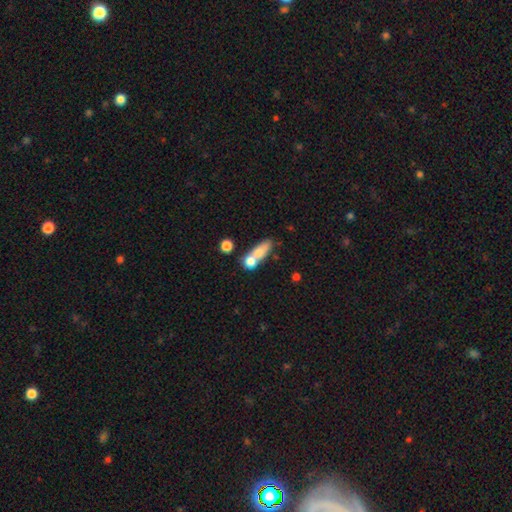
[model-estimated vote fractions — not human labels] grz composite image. It shows a smooth galaxy with no disk features (69%) that is in between round and cigar-shaped (50%). Merging: merger (51%).